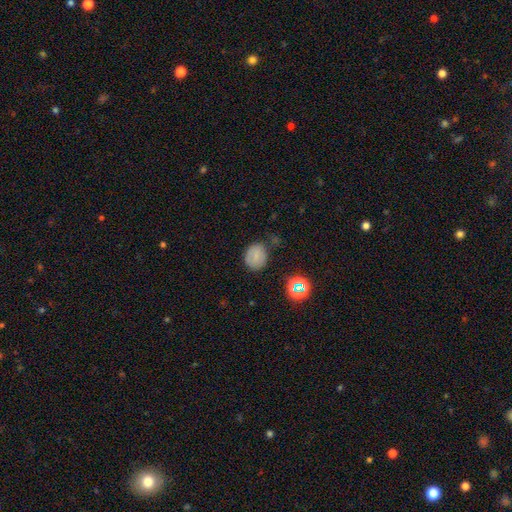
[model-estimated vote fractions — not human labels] The model was most divided on "how rounded": round: 62%, in between: 37%, cigar-shaped: 1%. More confident: merging — none (72%); smooth or featured — smooth (71%).